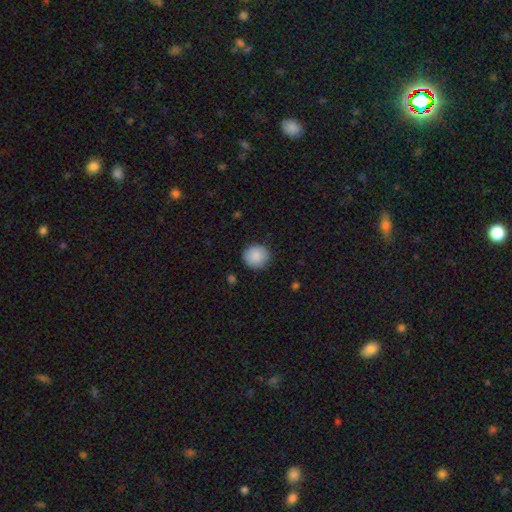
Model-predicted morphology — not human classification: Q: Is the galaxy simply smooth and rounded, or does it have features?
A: smooth — 88%.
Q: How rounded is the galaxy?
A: round — 92%.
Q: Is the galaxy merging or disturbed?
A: none — 89%.